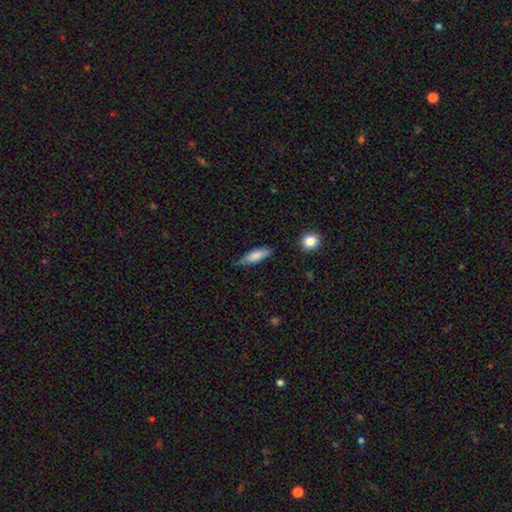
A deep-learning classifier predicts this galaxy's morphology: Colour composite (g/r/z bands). It shows a smooth galaxy with no disk features (77%) that is cigar-shaped (49%). Merging: none (67%).